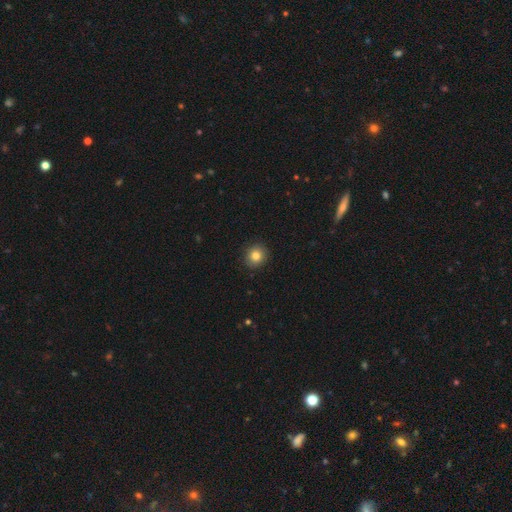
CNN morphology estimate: This appears to be a smooth galaxy with no disk features (83%) that is round (88%). Merging: none (92%).